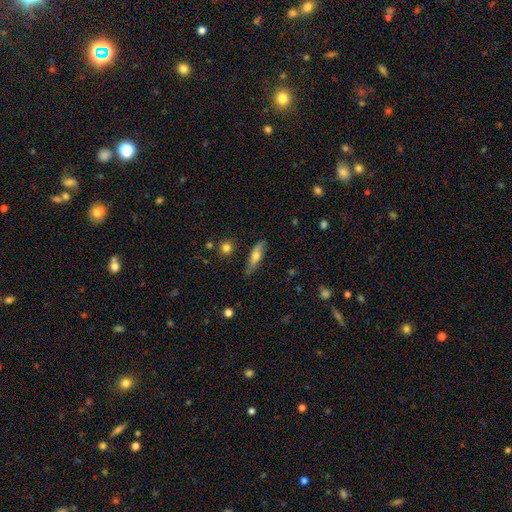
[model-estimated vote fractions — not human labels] A smooth galaxy with no disk features (62%) that is cigar-shaped (57%). Merging: none (80%).